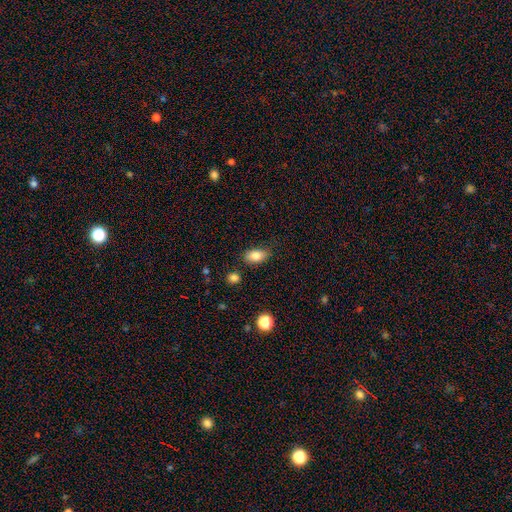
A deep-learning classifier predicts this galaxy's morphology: A smooth galaxy with no disk features (83%) that is in between round and cigar-shaped (89%). Merging: none (81%).